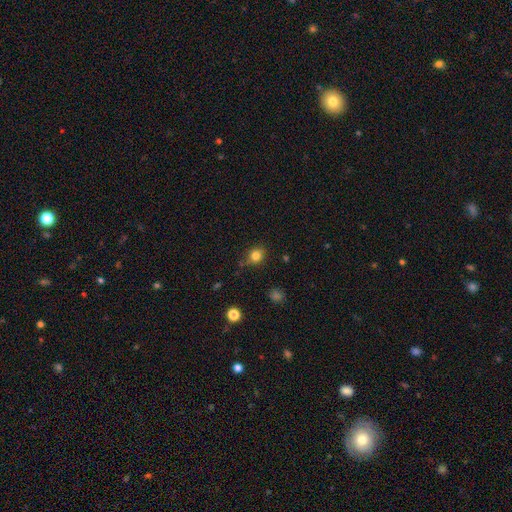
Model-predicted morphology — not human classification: A smooth galaxy with no disk features (81%) that is round (69%).

Vote fractions:
- Smooth or featured? smooth: 81% / star or artifact: 12% / featured or disk: 7%
- How rounded? round: 69% / in between: 30% / cigar-shaped: 1%
- Merging? none: 72% / minor disturbance: 20% / major disturbance: 4% / merger: 3%